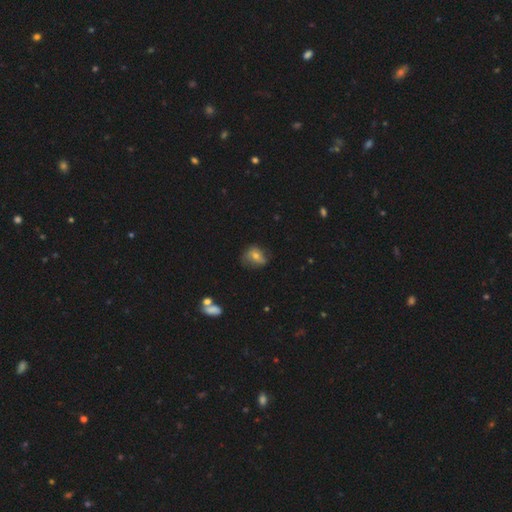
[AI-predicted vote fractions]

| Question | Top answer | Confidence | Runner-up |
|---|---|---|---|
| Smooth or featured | smooth | 58% | featured or disk (30%) |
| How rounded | in between | 49% | tied: round (49%) |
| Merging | none | 54% | minor disturbance (31%) |